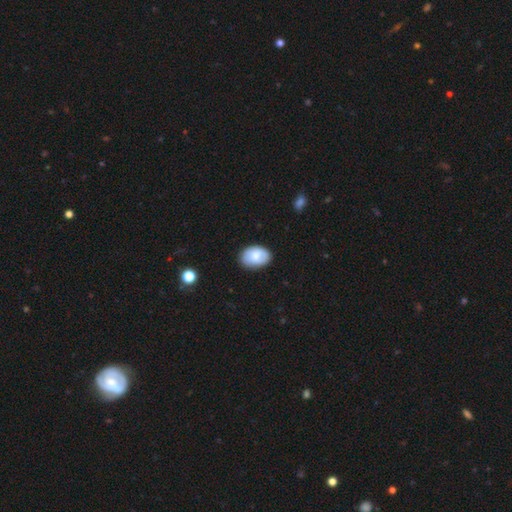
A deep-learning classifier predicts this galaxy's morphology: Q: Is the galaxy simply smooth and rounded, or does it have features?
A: smooth — 76%.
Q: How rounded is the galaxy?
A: in between — 85%.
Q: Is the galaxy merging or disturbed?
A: none — 78%.